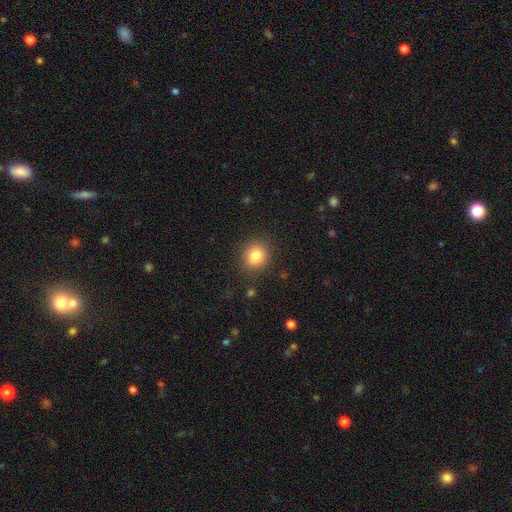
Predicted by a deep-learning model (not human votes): smooth_or_featured: smooth (p=0.83) [alt: star or artifact p=0.11]
how_rounded: round (p=0.84) [alt: in between p=0.15]
merging: none (p=0.88) [alt: minor disturbance p=0.08]